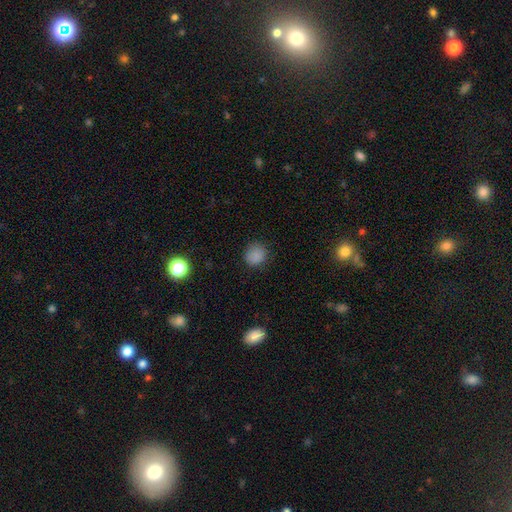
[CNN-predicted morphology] Smooth or featured: smooth — 84% (star or artifact — 12%)
How rounded: round — 85% (in between — 14%)
Merging: none — 84% (minor disturbance — 12%)